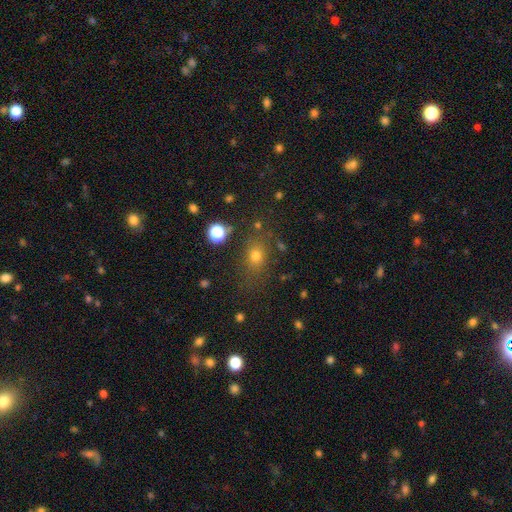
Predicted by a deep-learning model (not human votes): Q: Smooth or featured?
A: smooth (69%); runner-up: star or artifact (21%)
Q: How rounded?
A: in between (53%); runner-up: round (44%)
Q: Merging?
A: none (75%); runner-up: minor disturbance (14%)